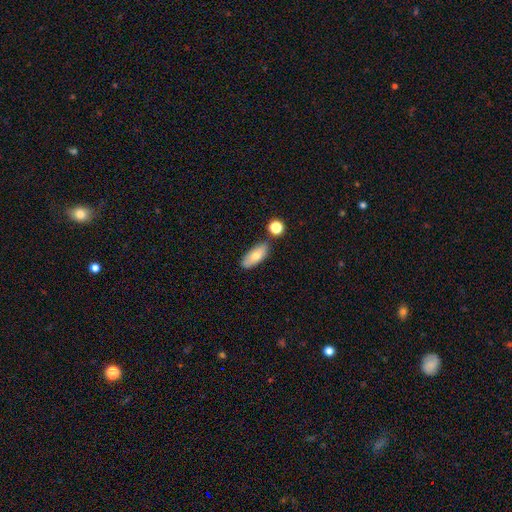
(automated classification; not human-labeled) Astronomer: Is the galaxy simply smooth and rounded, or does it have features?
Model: smooth — 72%.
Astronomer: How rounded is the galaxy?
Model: in between — 80%.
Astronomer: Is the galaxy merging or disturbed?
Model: none — 74%.